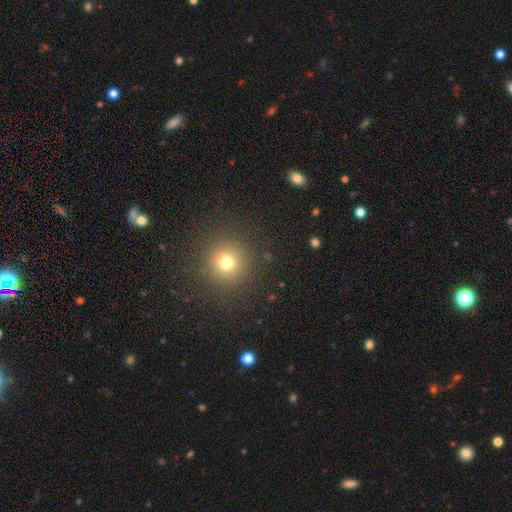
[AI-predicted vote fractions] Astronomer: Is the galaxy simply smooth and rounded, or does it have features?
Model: smooth — 65%.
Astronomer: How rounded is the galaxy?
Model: round — 95%.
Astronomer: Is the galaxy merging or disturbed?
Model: none — 92%.